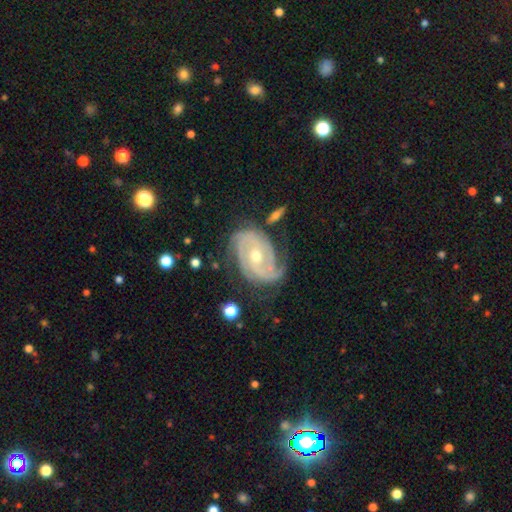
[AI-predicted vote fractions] This is clearly a featured or disk galaxy (89%). It is clearly not viewed edge-on (97%). Bar: possibly no (55%). Spiral arm pattern: clearly yes (97%). Spiral arm count: marginally 2 (43%). Spiral winding: likely tight (64%). Central bulge: possibly moderate (59%). Merging: likely none (65%).